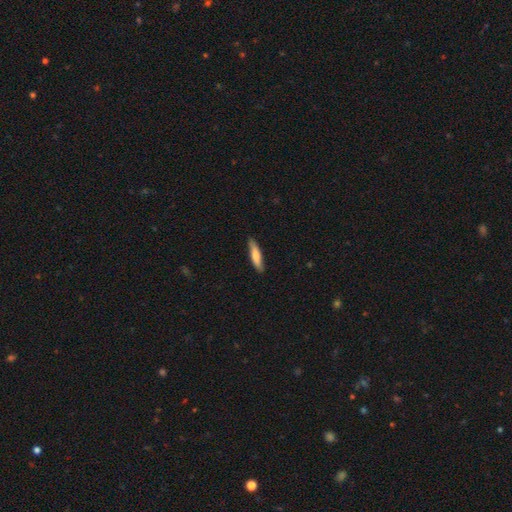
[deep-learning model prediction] smooth 74%, featured or disk 21%, star or artifact 5%. Down the decision tree: how rounded — cigar-shaped (81%); merging — none (85%).